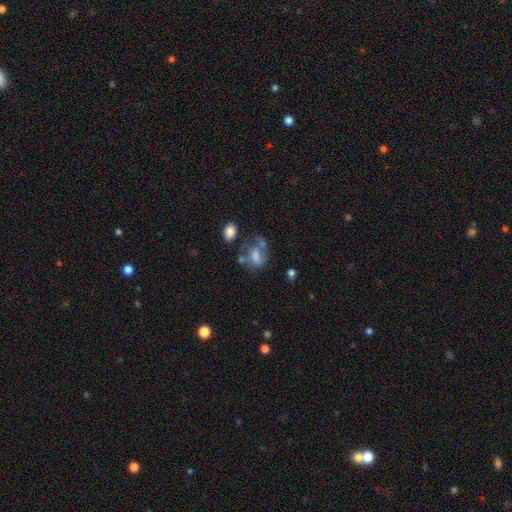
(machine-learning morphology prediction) A smooth galaxy with no disk features (55%) that is in between round and cigar-shaped (72%). Merging: none (37%).